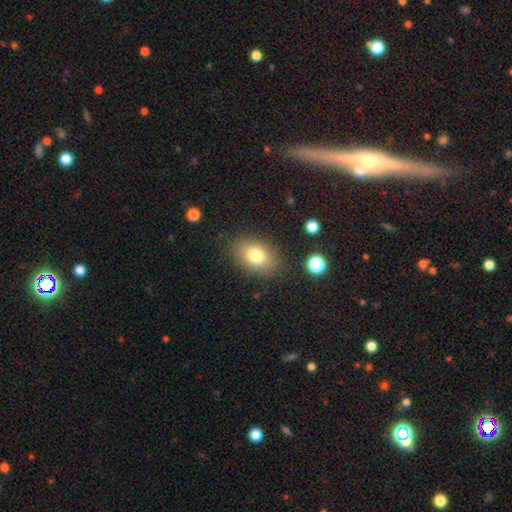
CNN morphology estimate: This appears to be a smooth galaxy with no disk features (79%) that is in between round and cigar-shaped (78%). Merging: none (83%).